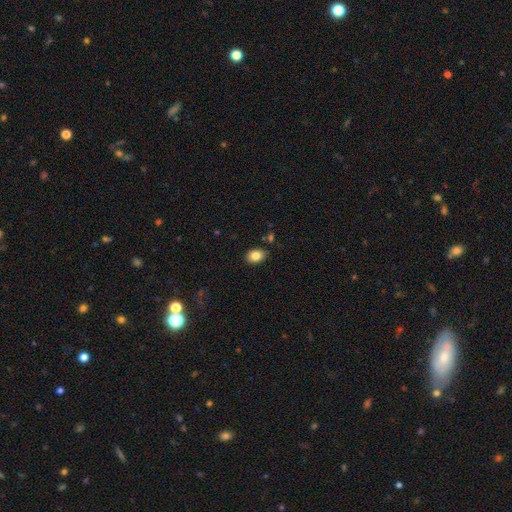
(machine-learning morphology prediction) type=smooth (84%); roundness=in between (73%); merging=none (85%).